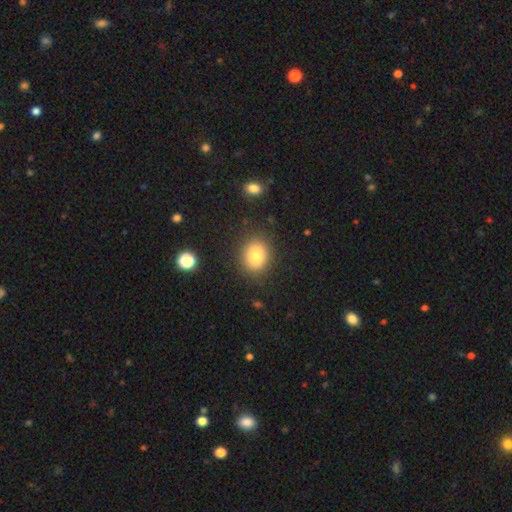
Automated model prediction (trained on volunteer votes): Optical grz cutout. It shows a smooth galaxy with no disk features (79%) that is round (63%). Merging: none (86%).